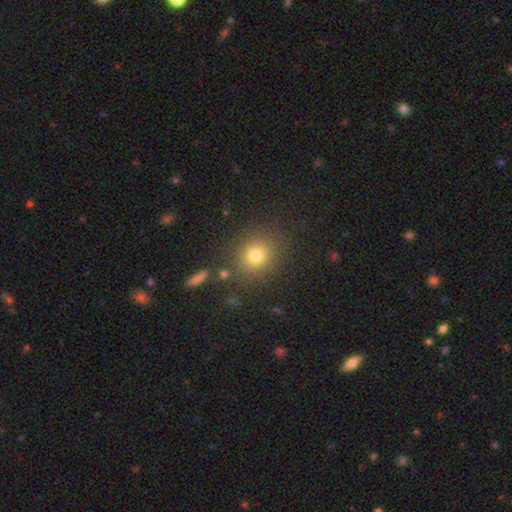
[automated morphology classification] Q: Smooth or featured?
A: smooth (77%); runner-up: star or artifact (15%)
Q: How rounded?
A: round (74%); runner-up: in between (25%)
Q: Merging?
A: none (82%); runner-up: minor disturbance (10%)